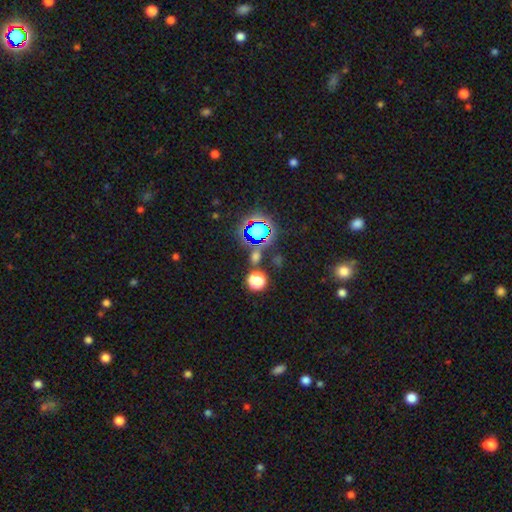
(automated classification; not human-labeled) Smooth or featured? Predicted: star or artifact (p=0.68).